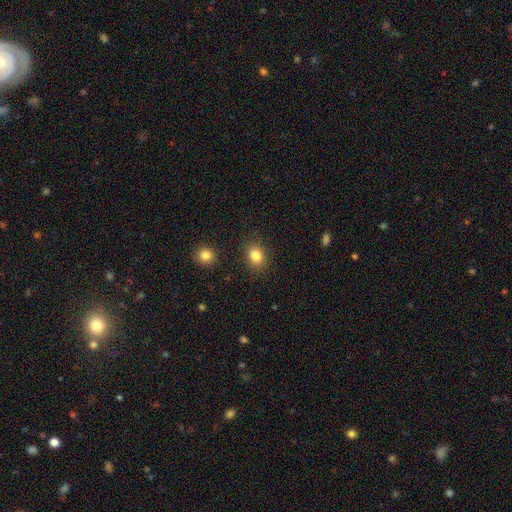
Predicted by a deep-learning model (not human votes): smooth-or-featured: smooth: 84% | star or artifact: 11% | featured or disk: 6%
  how-rounded: round: 51% | in between: 48% | cigar-shaped: 1%
  merging: none: 84% | minor disturbance: 10% | major disturbance: 3% | merger: 2%